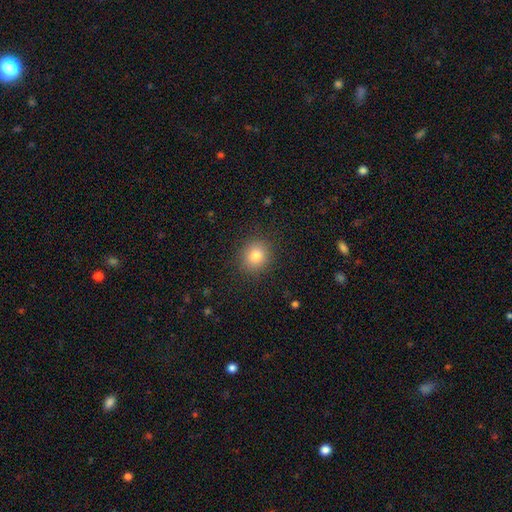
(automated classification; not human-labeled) Q: Smooth or featured?
A: smooth (81%); runner-up: star or artifact (12%)
Q: How rounded?
A: round (78%); runner-up: in between (21%)
Q: Merging?
A: none (89%); runner-up: minor disturbance (7%)